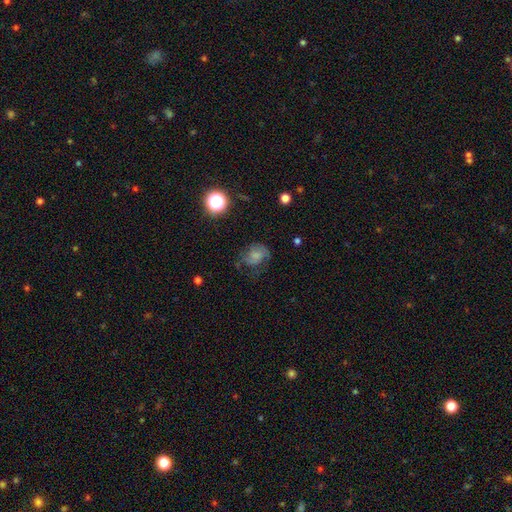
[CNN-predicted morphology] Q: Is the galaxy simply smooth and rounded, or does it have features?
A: smooth — 49%.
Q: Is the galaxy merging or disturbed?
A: none — 51%.